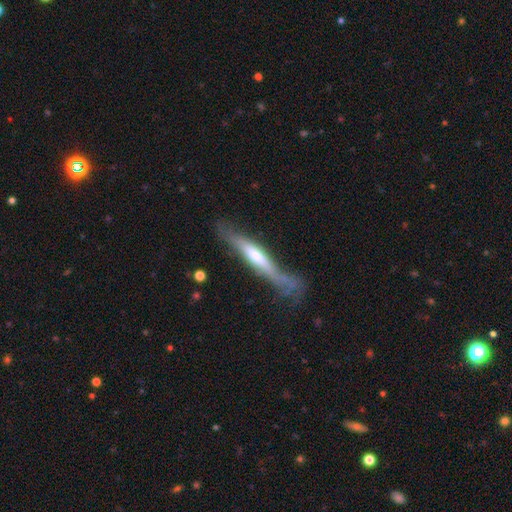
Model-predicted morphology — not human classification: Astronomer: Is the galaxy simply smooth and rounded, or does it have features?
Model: featured or disk — 61%.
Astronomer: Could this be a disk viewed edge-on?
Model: yes — 86%.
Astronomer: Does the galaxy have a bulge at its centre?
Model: rounded — 54%.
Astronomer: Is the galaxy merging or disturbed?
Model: none — 52%.